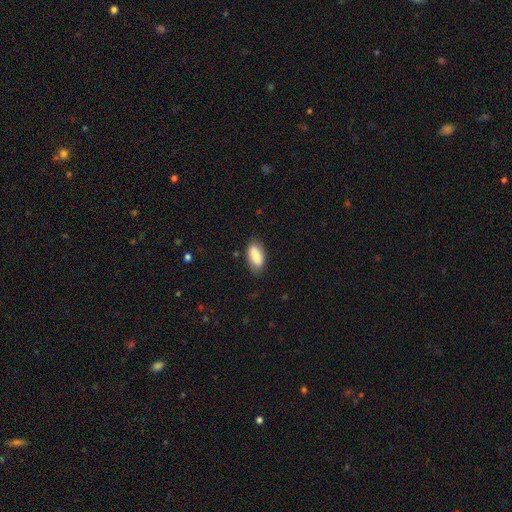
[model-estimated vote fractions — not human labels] The model was most divided on "merging": none: 76%, minor disturbance: 18%, major disturbance: 4%, merger: 2%. More confident: how rounded — in between (90%); smooth or featured — smooth (81%).